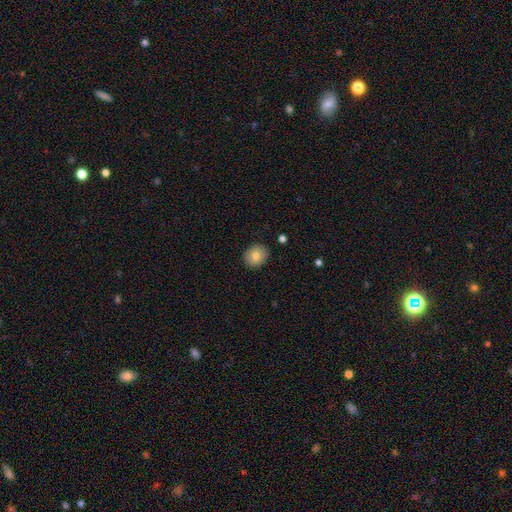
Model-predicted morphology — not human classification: Smooth or featured? Predicted: smooth (p=0.80). How rounded? Predicted: round (p=0.68). Merging? Predicted: none (p=0.89).